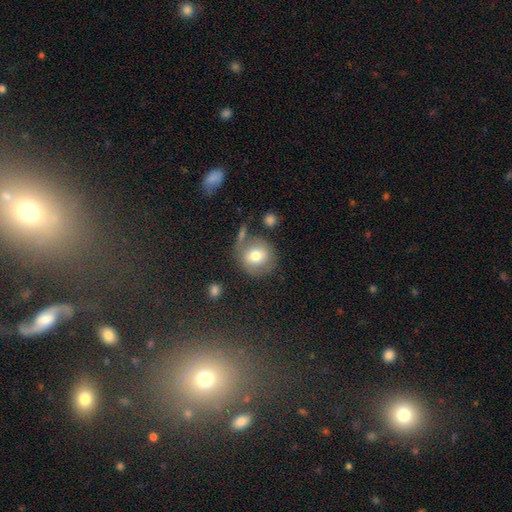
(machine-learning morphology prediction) type=smooth (73%); roundness=round (86%); merging=none (65%).